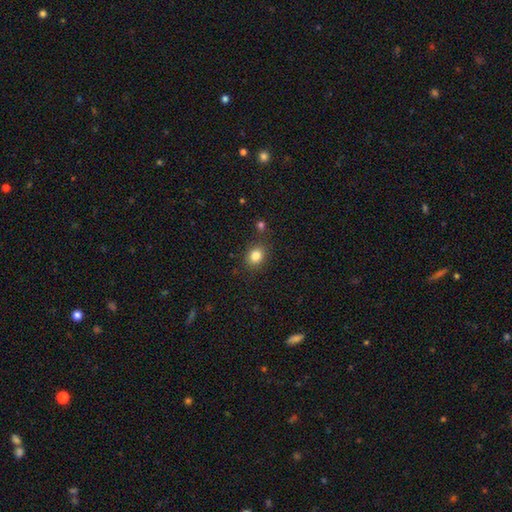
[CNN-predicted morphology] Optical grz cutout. It shows a smooth galaxy with no disk features (83%) that is round (56%). Merging: none (83%).